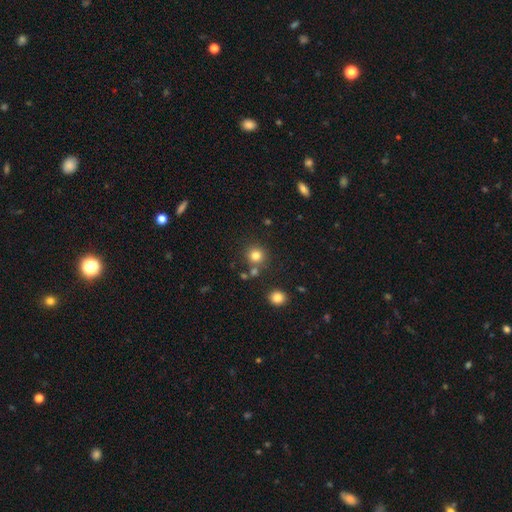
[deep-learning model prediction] smooth-or-featured: smooth: 80% | star or artifact: 13% | featured or disk: 6%
  how-rounded: round: 92% | in between: 8% | cigar-shaped: 1%
  merging: none: 79% | merger: 10% | minor disturbance: 8% | major disturbance: 3%